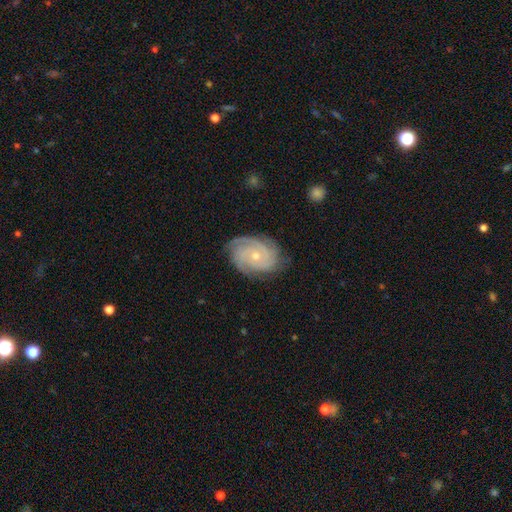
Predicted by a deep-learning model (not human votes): featured or disk 87%, smooth 8%, star or artifact 5%. Down the decision tree: edge-on disk — no (97%); bar — no (75%); spiral arms — yes (97%); spiral arm count — 3 (38%); spiral winding — tight (74%); bulge size — small (65%); merging — none (78%).